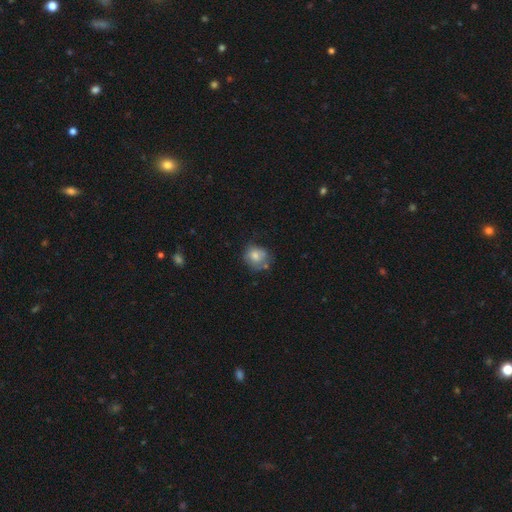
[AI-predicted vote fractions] Smooth or featured?
  - smooth: 71% *
  - featured or disk: 20%
  - star or artifact: 9%
How rounded?
  - round: 72% *
  - in between: 27%
  - cigar-shaped: 1%
Merging?
  - none: 53% *
  - minor disturbance: 28%
  - major disturbance: 11%
  - merger: 8%